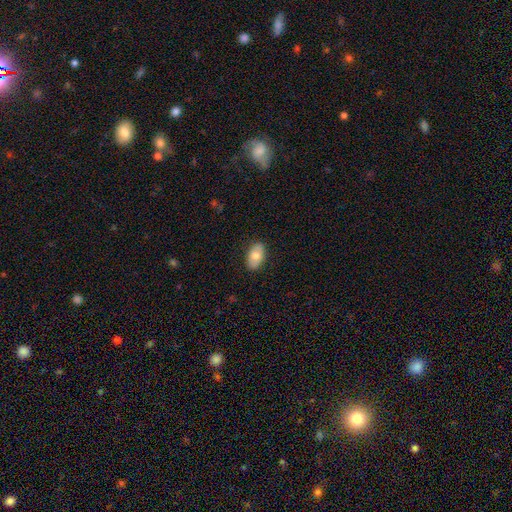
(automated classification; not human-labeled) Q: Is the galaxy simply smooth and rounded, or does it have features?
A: smooth — 73%.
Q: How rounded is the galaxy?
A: in between — 93%.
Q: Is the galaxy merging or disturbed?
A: none — 86%.